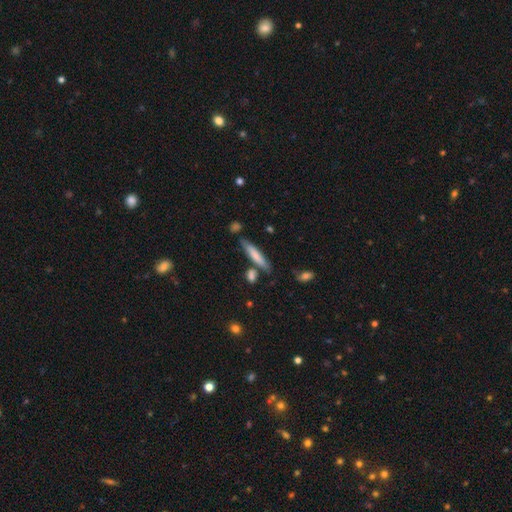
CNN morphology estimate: A smooth galaxy with no disk features (72%) that is cigar-shaped (86%).

Vote fractions:
- Smooth or featured? smooth: 72% / featured or disk: 22% / star or artifact: 6%
- How rounded? cigar-shaped: 86% / in between: 12% / round: 2%
- Merging? none: 75% / minor disturbance: 14% / merger: 8% / major disturbance: 3%